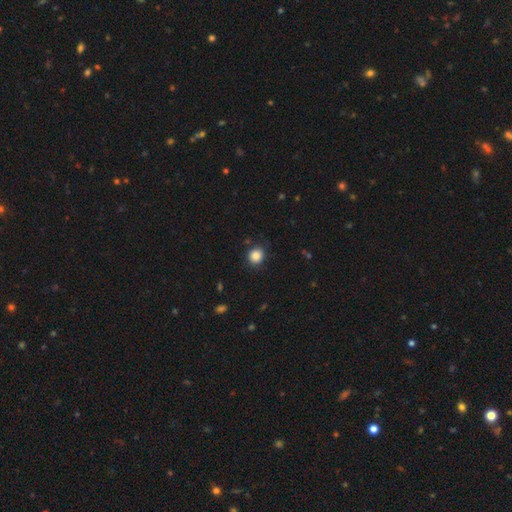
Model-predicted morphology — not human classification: This is clearly a smooth galaxy (85%). How rounded: clearly round (85%). Merging: clearly none (86%).